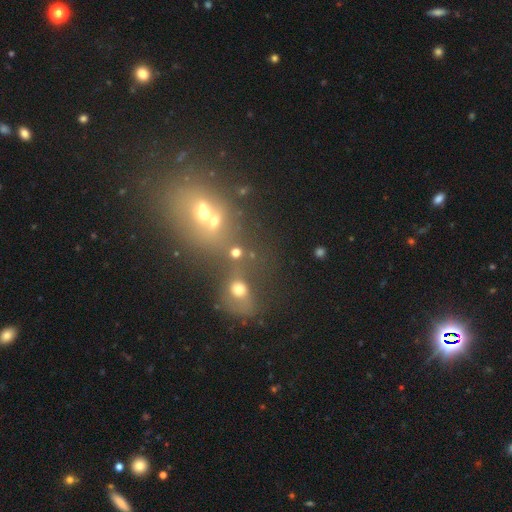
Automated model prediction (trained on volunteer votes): The model was most divided on "smooth or featured": star or artifact: 42%, smooth: 38%, featured or disk: 19%.